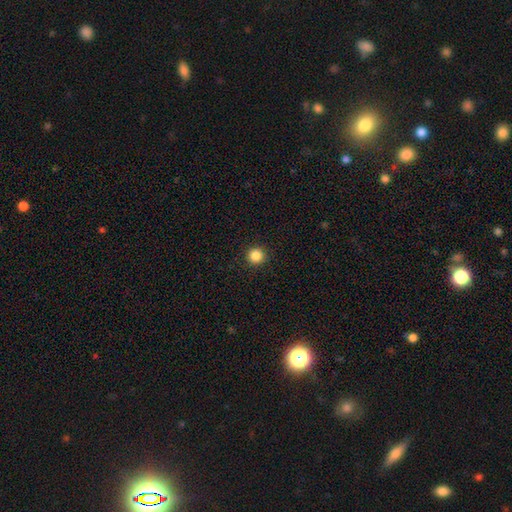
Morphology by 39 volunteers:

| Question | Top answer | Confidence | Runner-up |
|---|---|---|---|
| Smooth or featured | smooth | 90% | star or artifact (10%) |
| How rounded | round | 100% | — |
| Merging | none | 97% | minor disturbance (3%) |